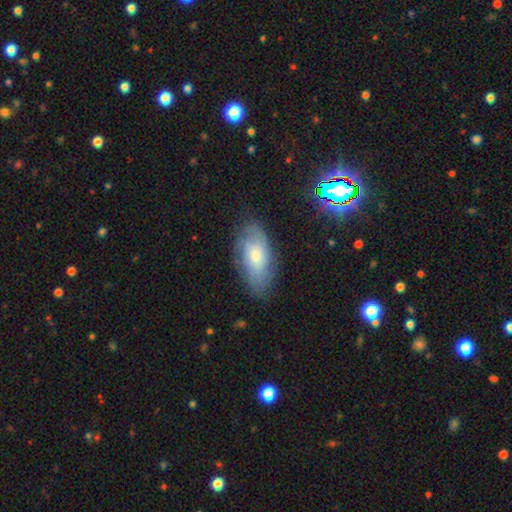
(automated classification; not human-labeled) Q: Smooth or featured?
A: smooth (50%); runner-up: featured or disk (41%)
Q: How rounded?
A: in between (89%); runner-up: cigar-shaped (8%)
Q: Merging?
A: none (73%); runner-up: minor disturbance (20%)